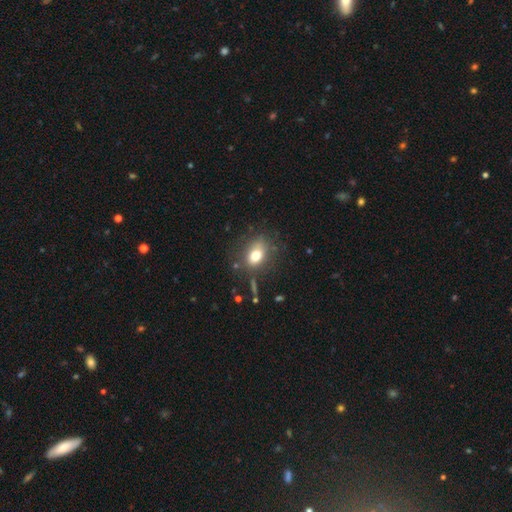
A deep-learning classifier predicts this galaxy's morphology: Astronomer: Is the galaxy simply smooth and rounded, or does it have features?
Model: smooth — 75%.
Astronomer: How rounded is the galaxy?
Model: in between — 67%.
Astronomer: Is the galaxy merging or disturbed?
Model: none — 73%.